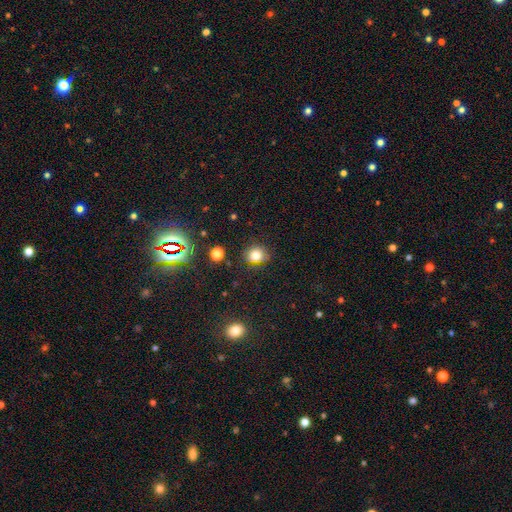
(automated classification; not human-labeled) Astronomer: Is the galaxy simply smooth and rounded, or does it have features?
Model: smooth — 77%.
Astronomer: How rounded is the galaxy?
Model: round — 65%.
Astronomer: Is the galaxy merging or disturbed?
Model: none — 78%.